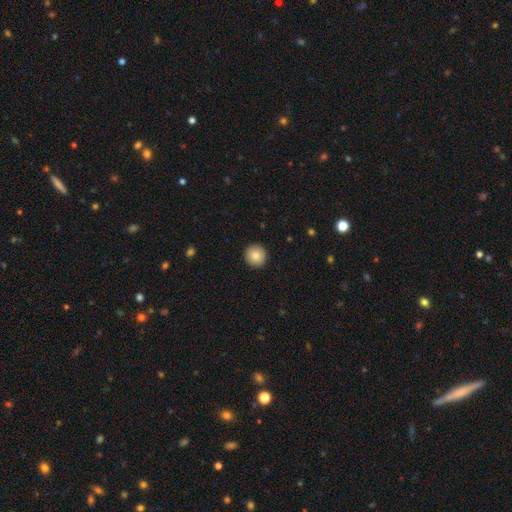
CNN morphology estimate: Smooth or featured? Predicted: smooth (p=0.84). How rounded? Predicted: round (p=0.95). Merging? Predicted: none (p=0.93).